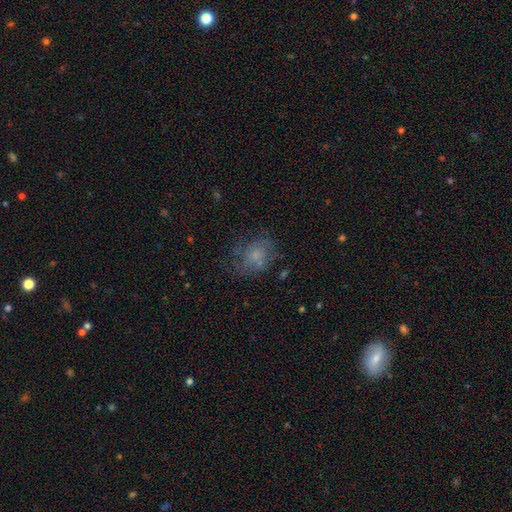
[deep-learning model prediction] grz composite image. It shows a smooth galaxy with no disk features (53%) that is in between round and cigar-shaped (52%). Merging: none (53%).